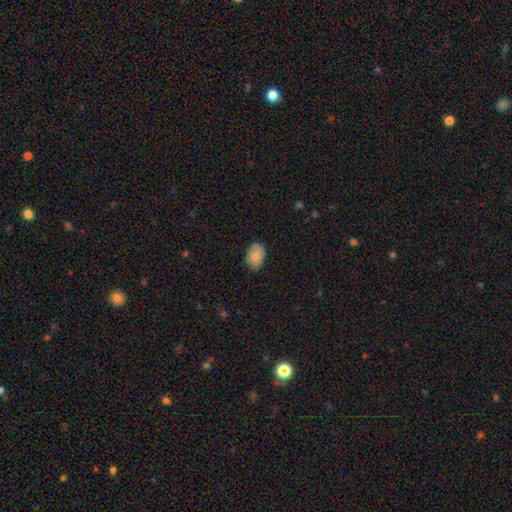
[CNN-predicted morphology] smooth-or-featured: smooth: 83% | featured or disk: 10% | star or artifact: 7%
  how-rounded: in between: 85% | round: 13% | cigar-shaped: 1%
  merging: none: 84% | minor disturbance: 13% | major disturbance: 2% | merger: 1%